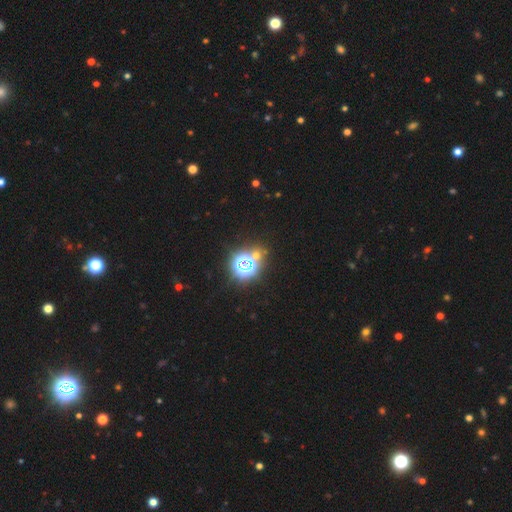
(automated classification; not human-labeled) A star or artifact, not a galaxy (63%).